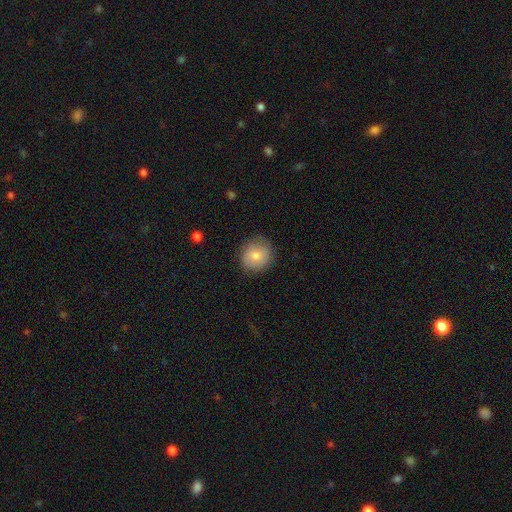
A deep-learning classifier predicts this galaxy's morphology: Smooth or featured? Predicted: smooth (p=0.76). How rounded? Predicted: round (p=0.87). Merging? Predicted: none (p=0.82).